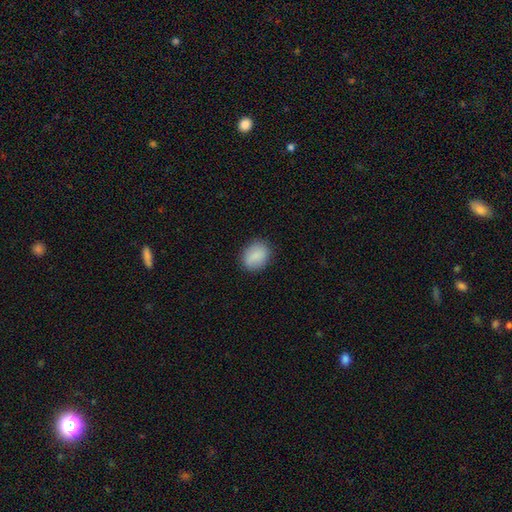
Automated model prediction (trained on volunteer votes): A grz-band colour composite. It shows a smooth galaxy with no disk features (87%) that is in between round and cigar-shaped (53%). Merging: none (85%).